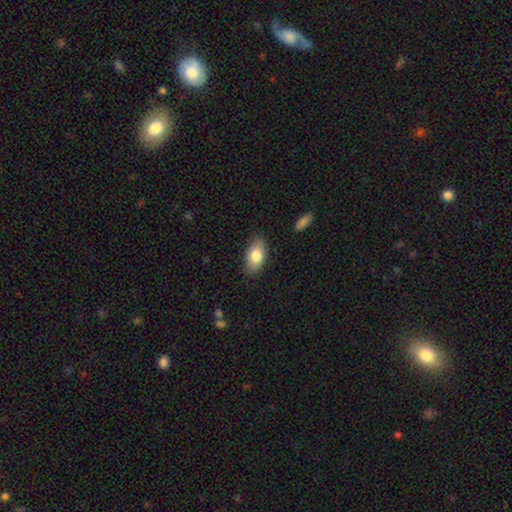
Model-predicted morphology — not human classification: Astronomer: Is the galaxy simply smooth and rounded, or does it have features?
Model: smooth — 80%.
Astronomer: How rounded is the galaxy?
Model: in between — 93%.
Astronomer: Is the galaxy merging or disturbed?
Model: none — 83%.